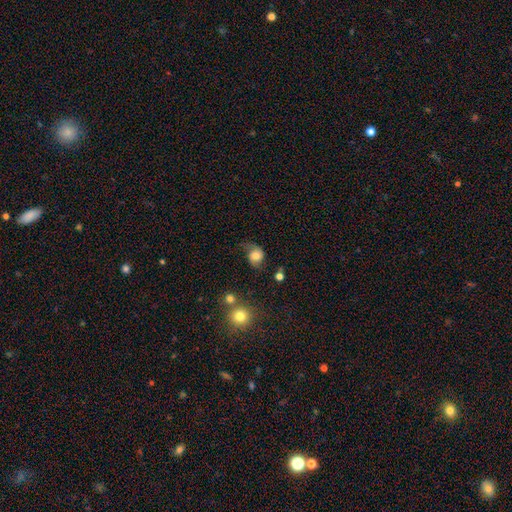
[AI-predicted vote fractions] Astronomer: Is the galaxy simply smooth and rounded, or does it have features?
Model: smooth — 50% (runner-up: featured or disk, 40%).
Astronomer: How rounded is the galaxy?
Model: round — 59% (runner-up: in between, 40%).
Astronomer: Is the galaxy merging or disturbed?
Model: none — 47% (runner-up: minor disturbance, 30%).